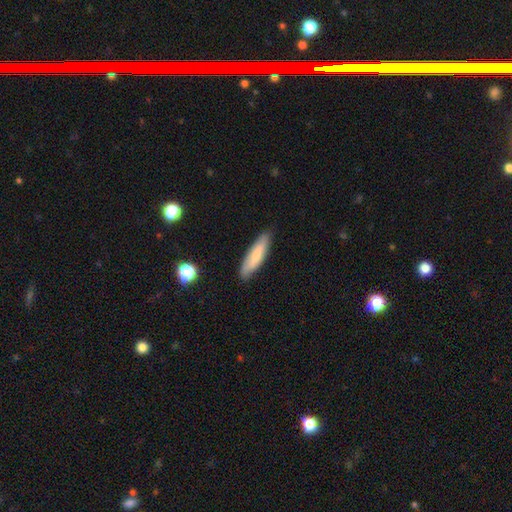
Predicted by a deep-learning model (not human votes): A smooth galaxy with no disk features (72%) that is cigar-shaped (72%). Merging: none (84%).